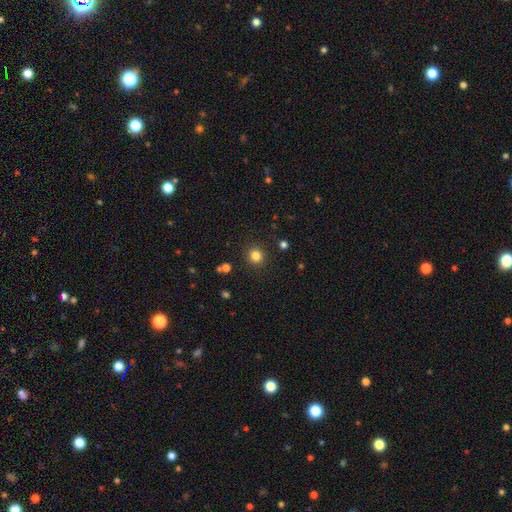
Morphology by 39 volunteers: Q: Smooth or featured?
A: smooth (87%); runner-up: star or artifact (10%)
Q: How rounded?
A: round (85%); runner-up: in between (15%)
Q: Merging?
A: none (89%); runner-up: major disturbance (6%)